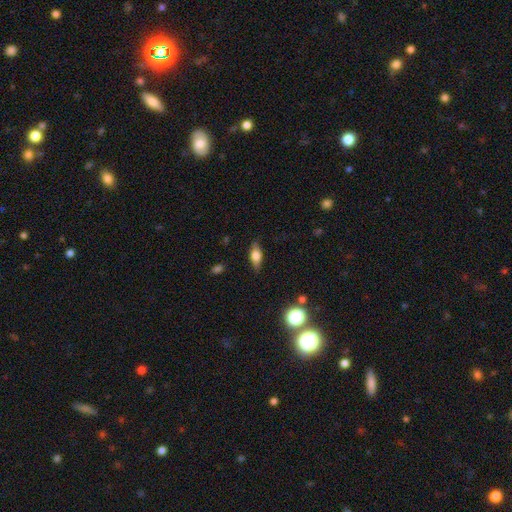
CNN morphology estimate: This appears to be a smooth galaxy with no disk features (56%) that is in between round and cigar-shaped (70%). Merging: none (83%).